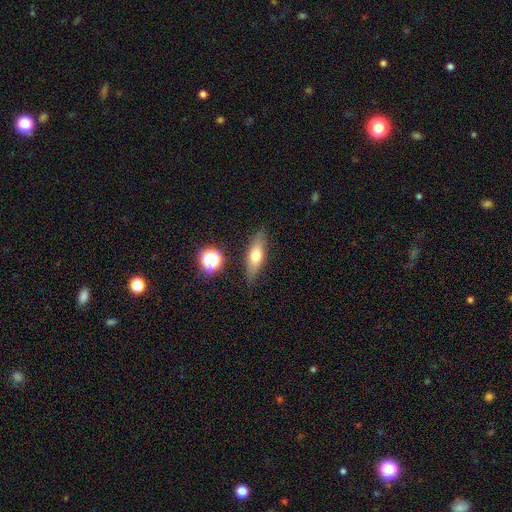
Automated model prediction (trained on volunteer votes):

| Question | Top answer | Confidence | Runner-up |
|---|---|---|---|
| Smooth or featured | smooth | 60% | featured or disk (31%) |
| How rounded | in between | 50% | cigar-shaped (44%) |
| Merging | none | 82% | minor disturbance (13%) |